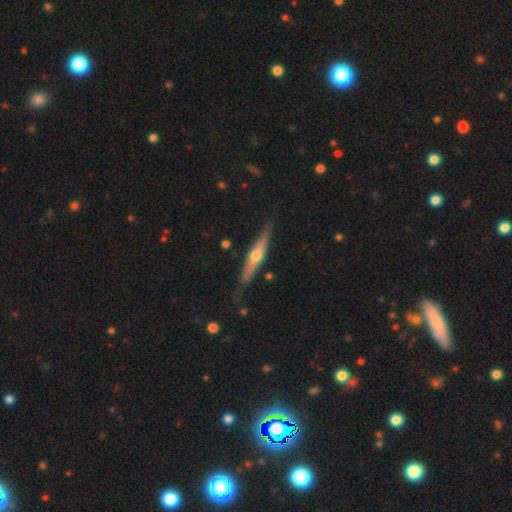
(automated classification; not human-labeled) A featured or disk galaxy (67%) viewed edge-on (95%) with a rounded central bulge (92%).

Vote fractions:
- Smooth or featured? featured or disk: 67% / smooth: 28% / star or artifact: 5%
- Edge-on disk? yes: 95% / no: 5%
- Edge-on bulge? rounded: 92% / none: 5% / boxy: 3%
- Merging? none: 82% / minor disturbance: 13% / major disturbance: 3% / merger: 2%